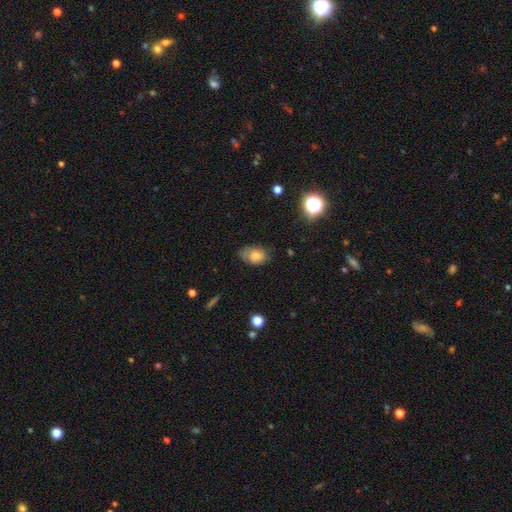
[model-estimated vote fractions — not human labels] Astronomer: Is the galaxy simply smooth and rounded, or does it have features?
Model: smooth — 64%.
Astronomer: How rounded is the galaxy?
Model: in between — 76%.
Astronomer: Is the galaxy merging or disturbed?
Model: none — 56% (runner-up: minor disturbance, 32%).